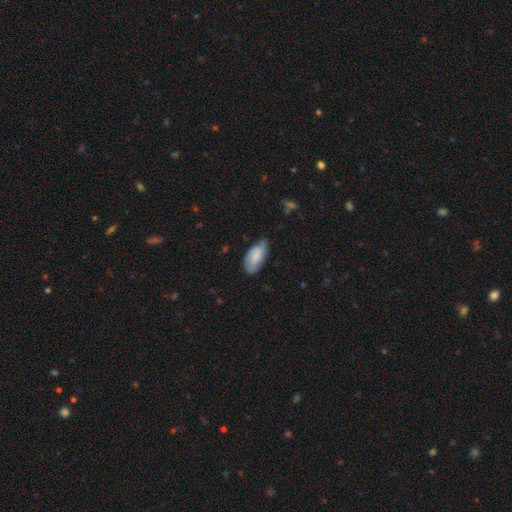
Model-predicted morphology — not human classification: This appears to be a smooth galaxy with no disk features (69%) that is in between round and cigar-shaped (91%). Merging: none (61%).